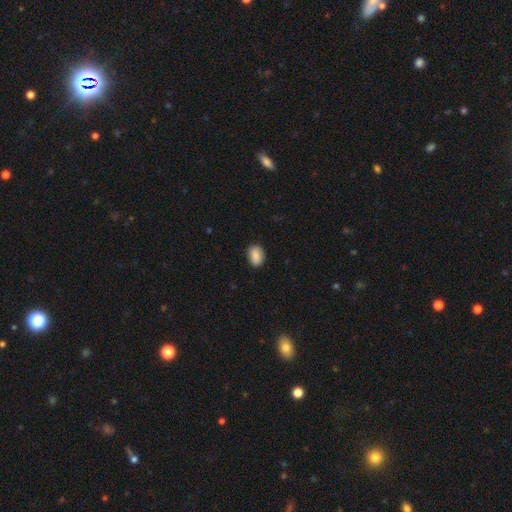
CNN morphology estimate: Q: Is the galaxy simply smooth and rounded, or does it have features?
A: smooth — 88%.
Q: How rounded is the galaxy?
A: in between — 81%.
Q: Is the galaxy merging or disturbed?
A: none — 87%.